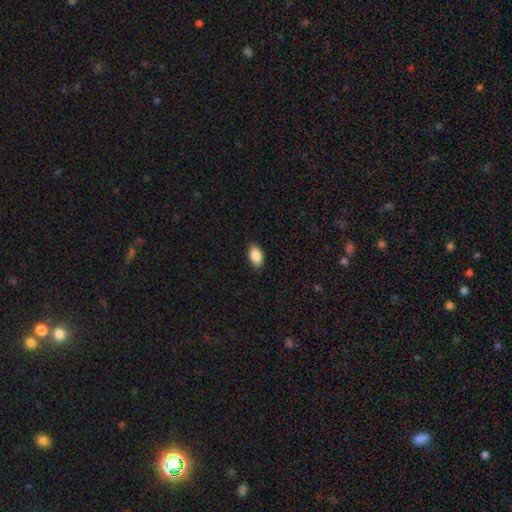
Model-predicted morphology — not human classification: This is clearly a smooth galaxy (87%). How rounded: clearly in between (92%). Merging: clearly none (86%).